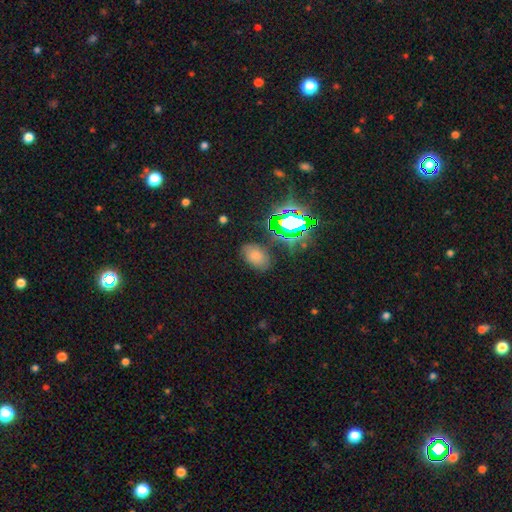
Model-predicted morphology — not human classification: smooth 64%, star or artifact 25%, featured or disk 11%. Down the decision tree: how rounded — in between (87%); merging — none (80%).